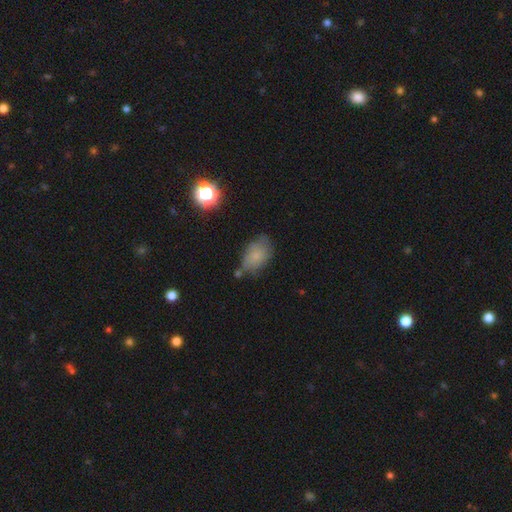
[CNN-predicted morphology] smooth 71%, featured or disk 17%, star or artifact 12%. Down the decision tree: how rounded — in between (86%); merging — none (55%).